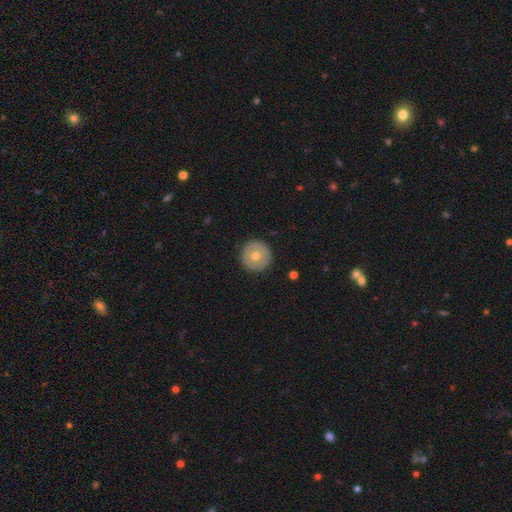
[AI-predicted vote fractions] A smooth galaxy with no disk features (61%) that is round (96%).

Vote fractions:
- Smooth or featured? smooth: 61% / featured or disk: 33% / star or artifact: 6%
- How rounded? round: 96% / in between: 3% / cigar-shaped: 1%
- Merging? none: 92% / minor disturbance: 6% / major disturbance: 2% / merger: 1%